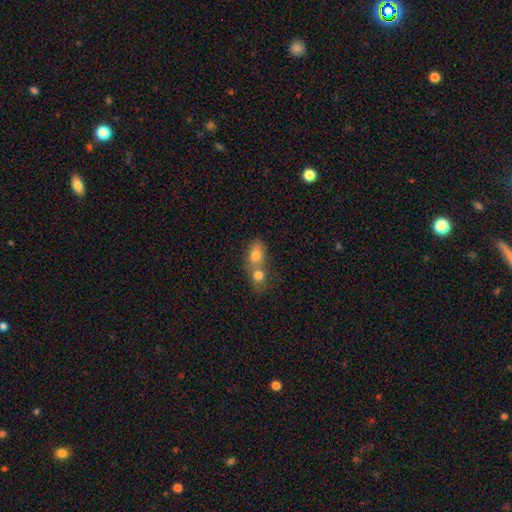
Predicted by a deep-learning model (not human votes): Smooth or featured? Predicted: smooth (p=0.76). How rounded? Predicted: in between (p=0.64). Merging? Predicted: merger (p=0.69).